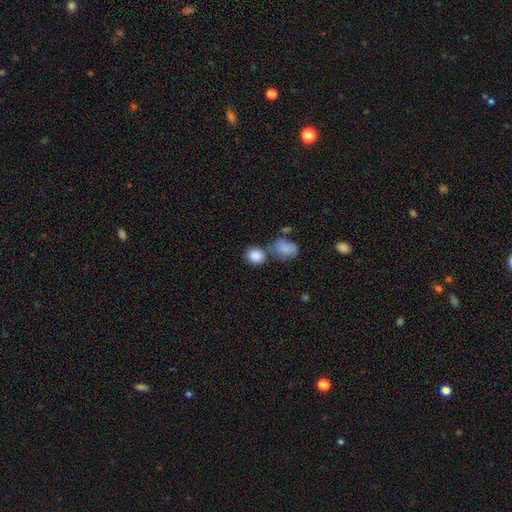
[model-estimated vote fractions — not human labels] smooth 86%, star or artifact 8%, featured or disk 6%. Down the decision tree: how rounded — round (67%); merging — none (55%).